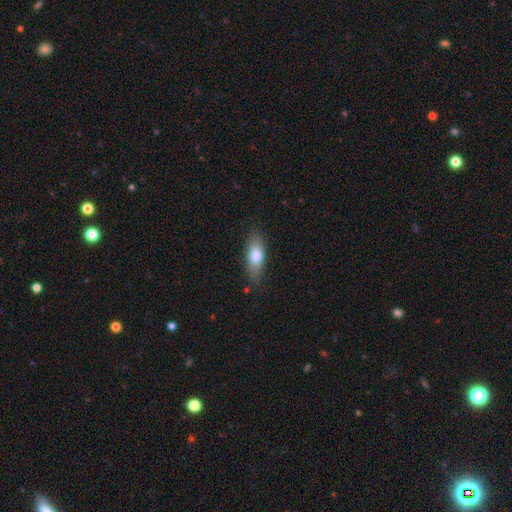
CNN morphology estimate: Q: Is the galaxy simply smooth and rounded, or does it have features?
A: smooth — 74%.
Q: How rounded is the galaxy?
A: in between — 70%.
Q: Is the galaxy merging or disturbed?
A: none — 79%.